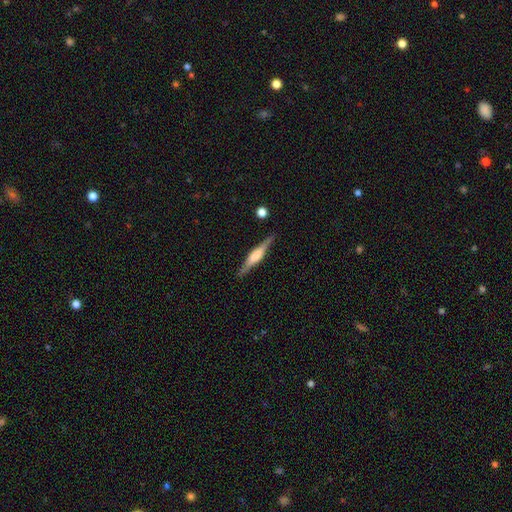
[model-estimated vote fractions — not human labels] Morphology: type=featured or disk (70%); edge-on=yes (97%); edge-on bulge=rounded (52%); merging=none (87%).